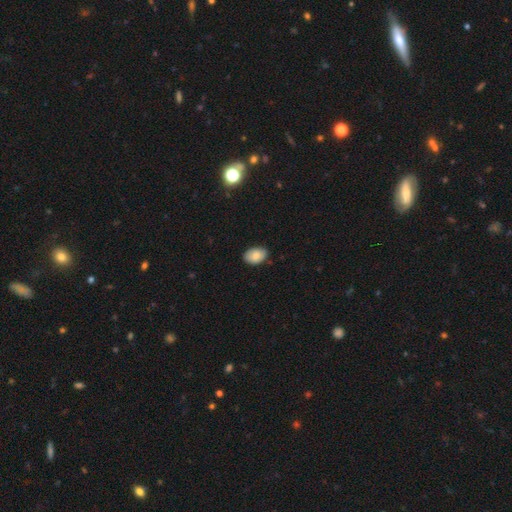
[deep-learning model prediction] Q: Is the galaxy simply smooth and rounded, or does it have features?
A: smooth — 83%.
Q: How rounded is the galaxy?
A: in between — 87%.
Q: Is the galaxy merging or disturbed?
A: none — 83%.